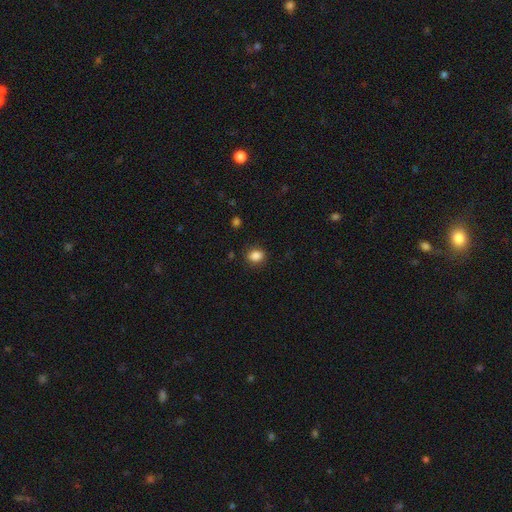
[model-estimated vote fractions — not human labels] A smooth galaxy with no disk features (86%) that is in between round and cigar-shaped (60%). Merging: none (84%).